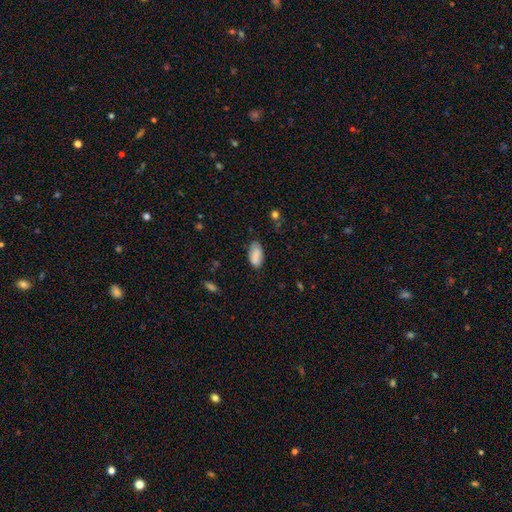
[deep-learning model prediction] Morphology: type=smooth (86%); roundness=in between (93%); merging=none (74%).